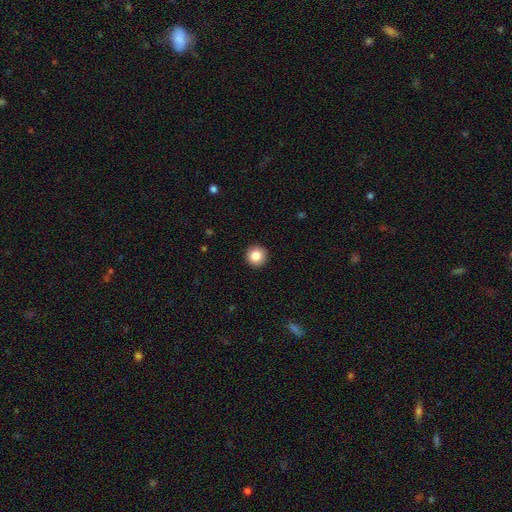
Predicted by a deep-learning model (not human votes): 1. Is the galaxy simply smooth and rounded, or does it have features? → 86% smooth, 9% star or artifact, 5% featured or disk.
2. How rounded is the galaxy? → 96% round, 3% in between, 1% cigar-shaped.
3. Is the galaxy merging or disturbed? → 93% none, 4% minor disturbance, 1% major disturbance, 1% merger.